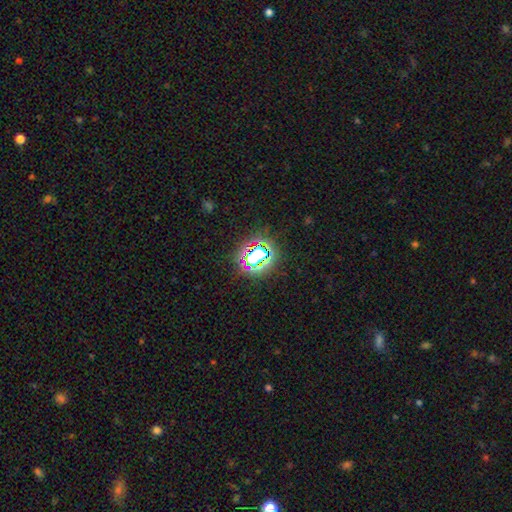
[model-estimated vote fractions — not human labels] This is likely a star or artifact rather than a galaxy (61%).